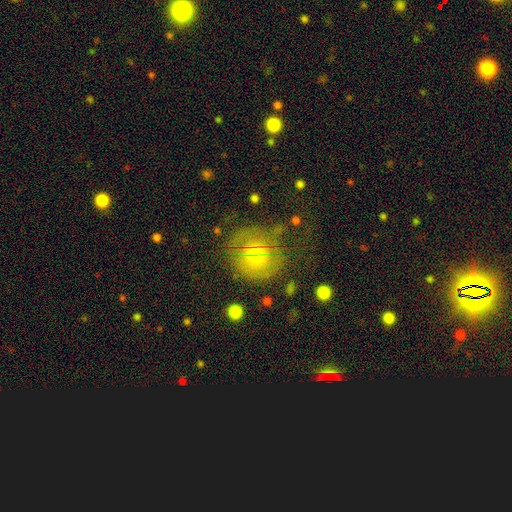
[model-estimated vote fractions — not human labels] The model was most divided on "smooth or featured": smooth: 54%, featured or disk: 32%, star or artifact: 14%. More confident: how rounded — round (84%); merging — none (52%).